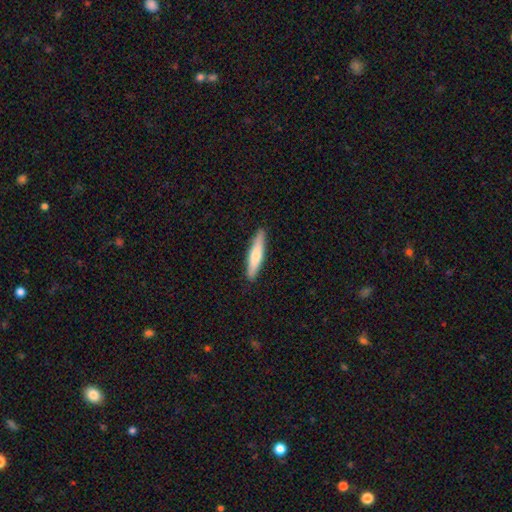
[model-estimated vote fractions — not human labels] Smooth or featured: smooth — 67% (featured or disk — 28%)
How rounded: cigar-shaped — 87% (in between — 11%)
Merging: none — 90% (minor disturbance — 8%)